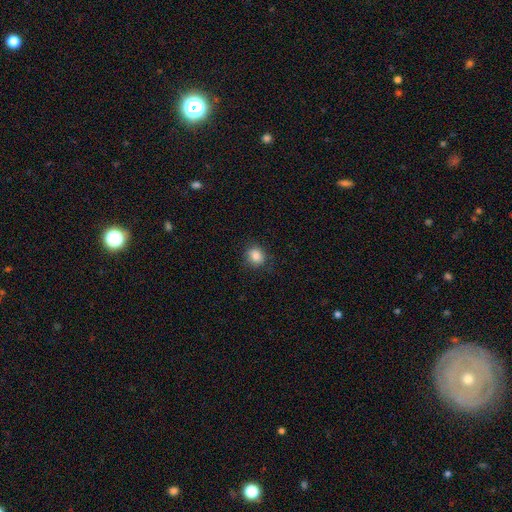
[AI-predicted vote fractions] A smooth galaxy with no disk features (86%) that is round (77%).

Vote fractions:
- Smooth or featured? smooth: 86% / star or artifact: 9% / featured or disk: 5%
- How rounded? round: 77% / in between: 22% / cigar-shaped: 1%
- Merging? none: 82% / minor disturbance: 13% / major disturbance: 4% / merger: 1%